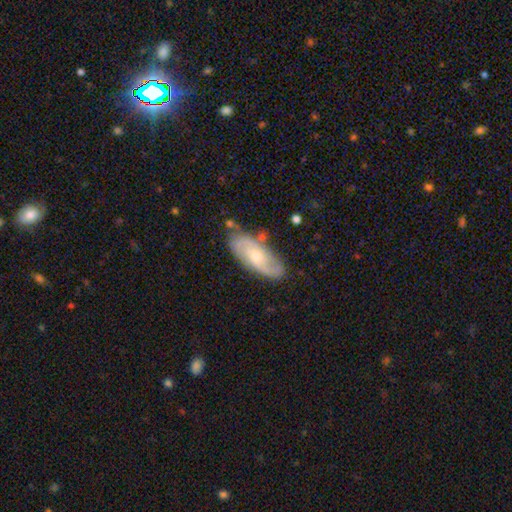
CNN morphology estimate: smooth_or_featured: featured or disk (p=0.67) [alt: smooth p=0.27]
disk_edge_on: no (p=0.90) [alt: yes p=0.10]
bar: no (p=0.64) [alt: weak p=0.31]
has_spiral_arms: yes (p=0.89) [alt: no p=0.11]
spiral_winding: medium (p=0.44) [alt: tight p=0.31]
spiral_arm_count: 2 (p=0.70) [alt: can't tell p=0.19]
bulge_size: small (p=0.50) [alt: moderate p=0.46]
merging: none (p=0.75) [alt: minor disturbance p=0.18]